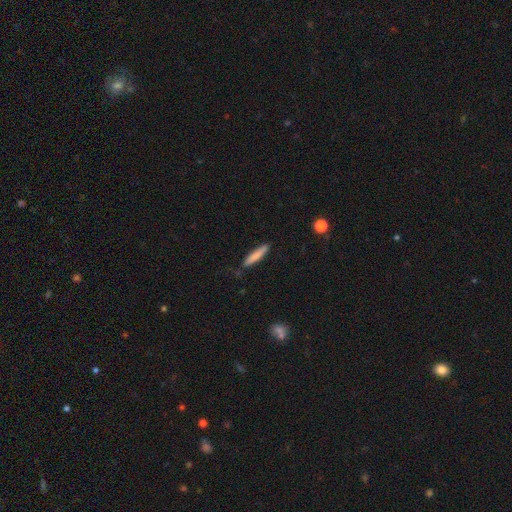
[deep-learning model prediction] smooth-or-featured: smooth: 78% | featured or disk: 16% | star or artifact: 6%
  how-rounded: cigar-shaped: 90% | in between: 8% | round: 1%
  merging: none: 81% | minor disturbance: 15% | major disturbance: 2% | merger: 2%